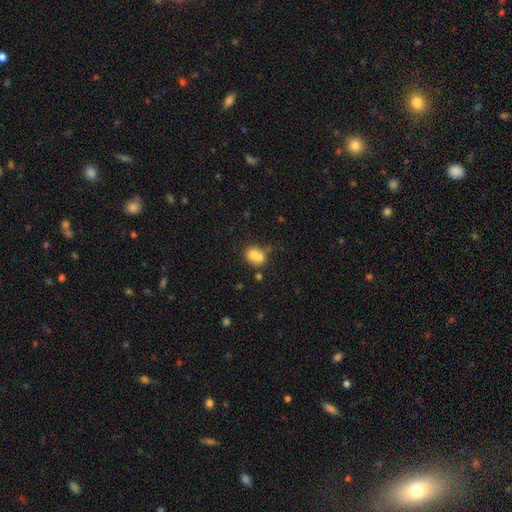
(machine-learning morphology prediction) Smooth or featured? Predicted: smooth (p=0.72). How rounded? Predicted: round (p=0.56). Merging? Predicted: merger (p=0.52).